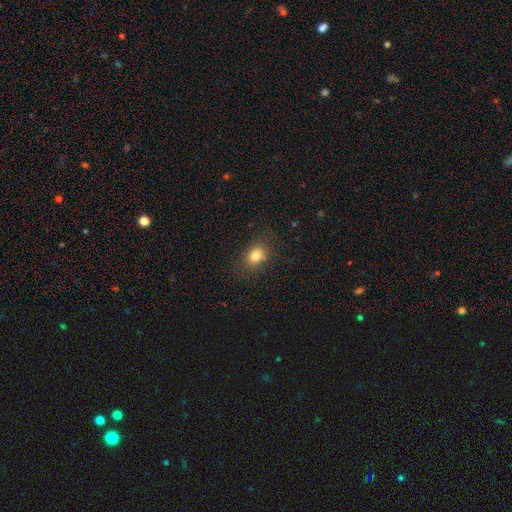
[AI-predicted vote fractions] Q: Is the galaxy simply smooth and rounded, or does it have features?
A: smooth — 80%.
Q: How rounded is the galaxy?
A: in between — 58%.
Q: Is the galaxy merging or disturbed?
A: none — 81%.